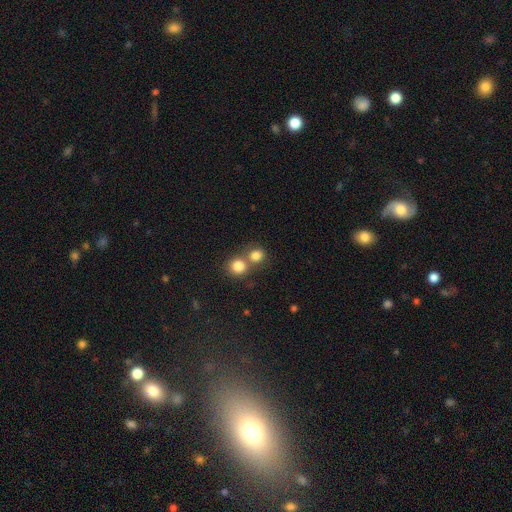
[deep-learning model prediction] This appears to be a smooth galaxy with no disk features (81%) that is round (81%). Merging: none (46%).